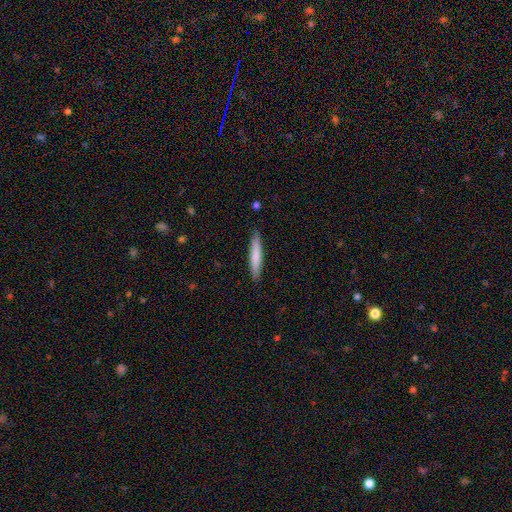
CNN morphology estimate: Smooth or featured: smooth — 75% (featured or disk — 19%)
How rounded: cigar-shaped — 93% (in between — 6%)
Merging: none — 90% (minor disturbance — 7%)